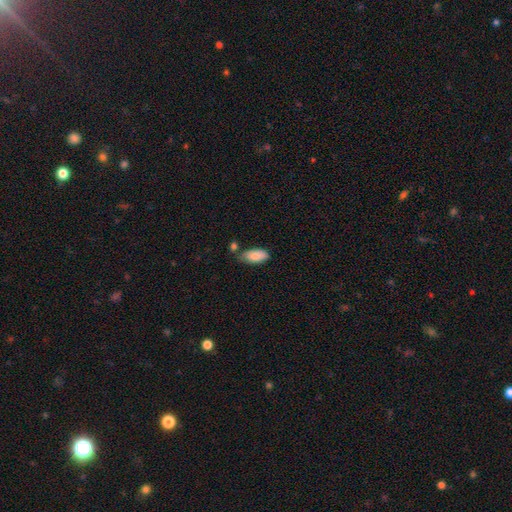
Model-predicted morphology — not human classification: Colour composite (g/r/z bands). It shows a smooth galaxy with no disk features (85%) that is in between round and cigar-shaped (91%). Merging: none (63%).